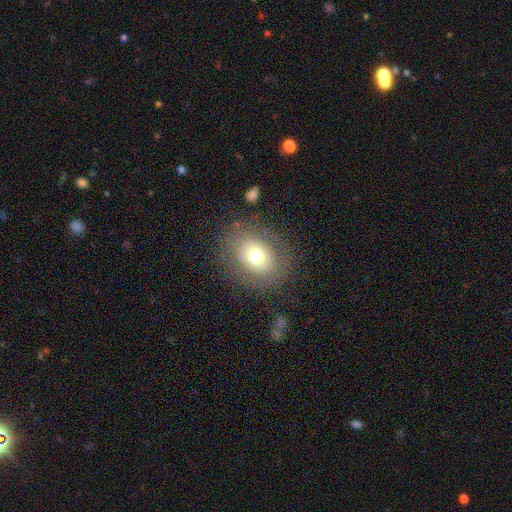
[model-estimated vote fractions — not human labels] Smooth or featured: smooth — 66% (featured or disk — 22%)
How rounded: round — 54% (in between — 45%)
Merging: none — 80% (minor disturbance — 12%)